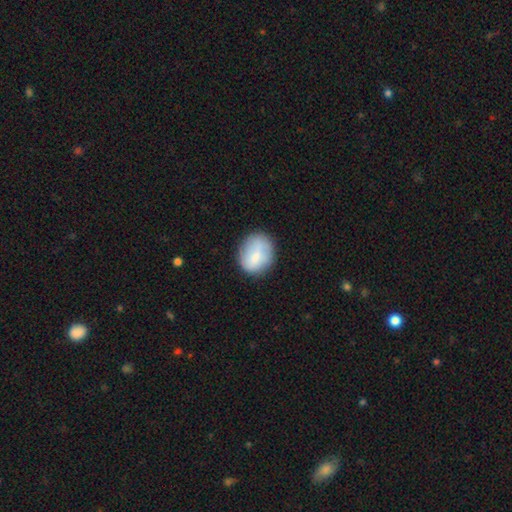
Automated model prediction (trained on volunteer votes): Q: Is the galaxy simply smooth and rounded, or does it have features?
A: smooth — 74%.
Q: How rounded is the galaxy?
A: round — 56%.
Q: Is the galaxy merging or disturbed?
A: none — 73%.